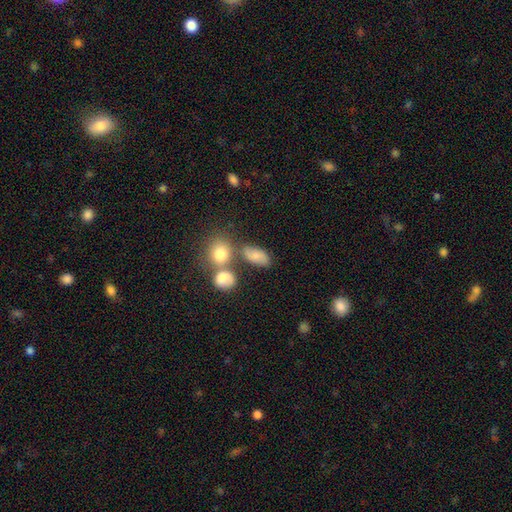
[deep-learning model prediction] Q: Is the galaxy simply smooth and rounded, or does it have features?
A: smooth — 70%.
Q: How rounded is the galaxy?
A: in between — 80%.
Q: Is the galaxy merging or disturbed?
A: none — 57%.